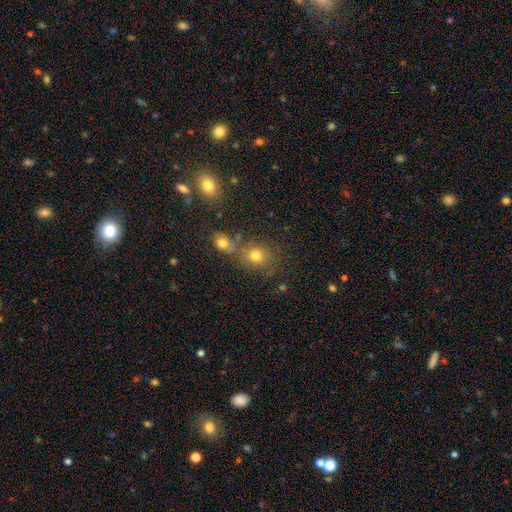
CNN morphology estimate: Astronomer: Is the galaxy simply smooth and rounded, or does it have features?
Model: smooth — 74%.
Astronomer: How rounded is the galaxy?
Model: round — 71%.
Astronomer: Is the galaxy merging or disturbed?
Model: none — 64%.